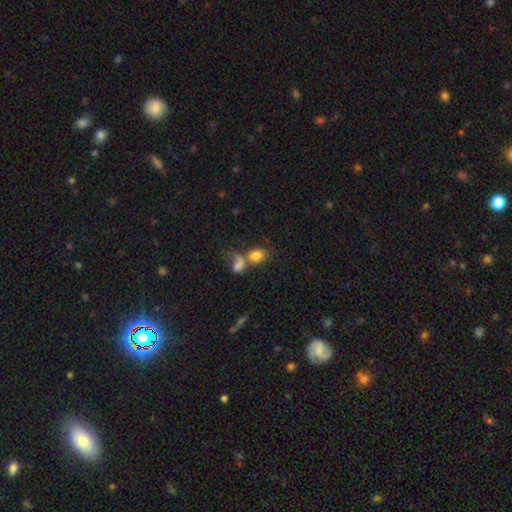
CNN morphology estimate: Smooth or featured? smooth (79%)
How rounded? in between (50%)
Merging? merger (54%)